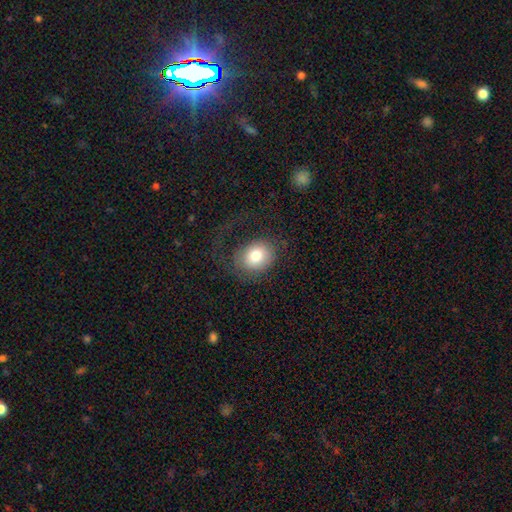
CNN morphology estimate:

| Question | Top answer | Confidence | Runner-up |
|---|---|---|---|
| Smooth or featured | smooth | 75% | featured or disk (18%) |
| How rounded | in between | 53% | round (46%) |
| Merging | none | 51% | major disturbance (31%) |